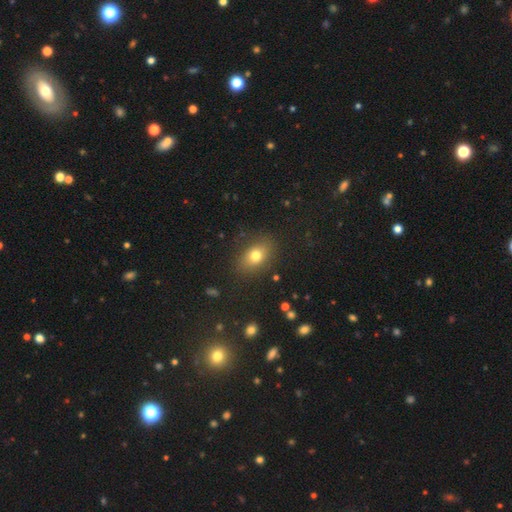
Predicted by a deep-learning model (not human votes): Smooth or featured: smooth — 76% (featured or disk — 12%)
How rounded: in between — 73% (round — 25%)
Merging: none — 83% (minor disturbance — 12%)